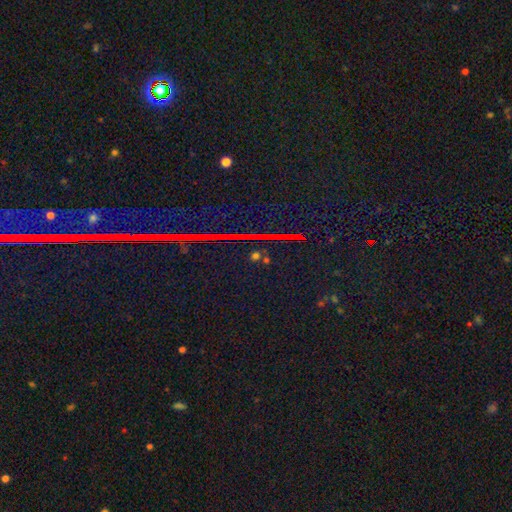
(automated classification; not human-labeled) The model was most divided on "smooth or featured": star or artifact: 80%, featured or disk: 11%, smooth: 10%.